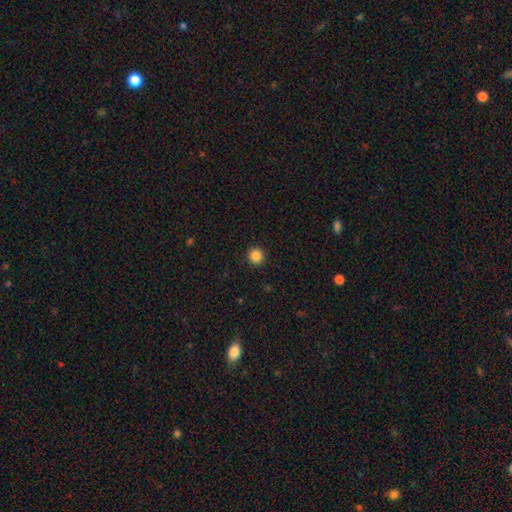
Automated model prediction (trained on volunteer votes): Morphology: type=smooth (86%); roundness=round (93%); merging=none (93%).